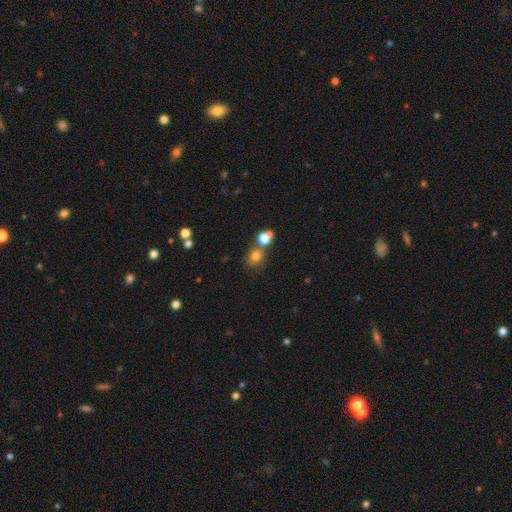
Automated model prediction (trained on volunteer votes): Overall: smooth (76%). How rounded: round (74%). Merging: none (58%; merger 27%).